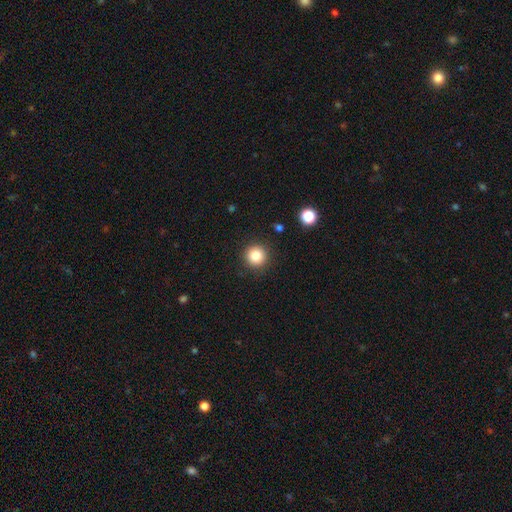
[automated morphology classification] Smooth or featured: smooth — 84% (star or artifact — 11%)
How rounded: round — 95% (in between — 4%)
Merging: none — 90% (minor disturbance — 6%)